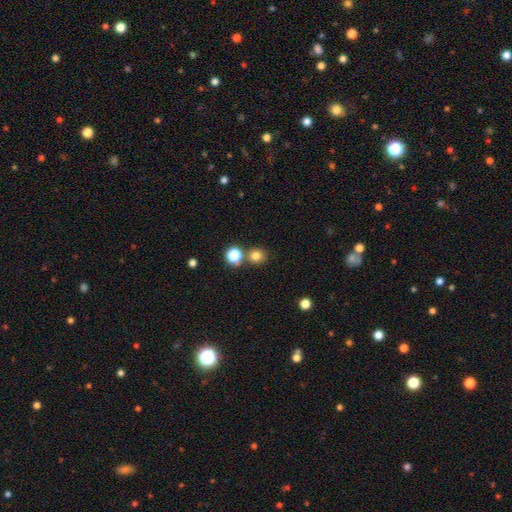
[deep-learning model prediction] Smooth or featured? smooth (79%)
How rounded? round (88%)
Merging? none (75%)